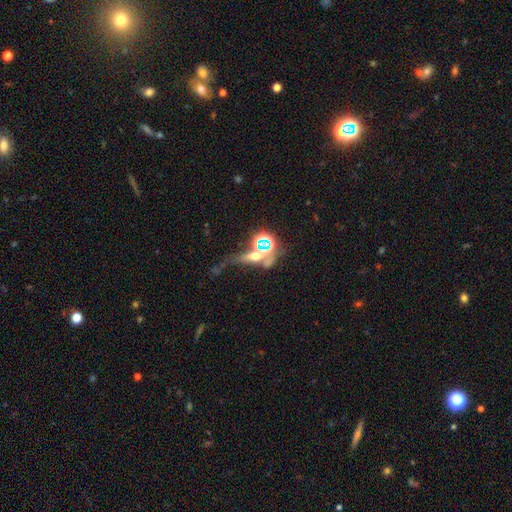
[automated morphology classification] type=star or artifact (42%).